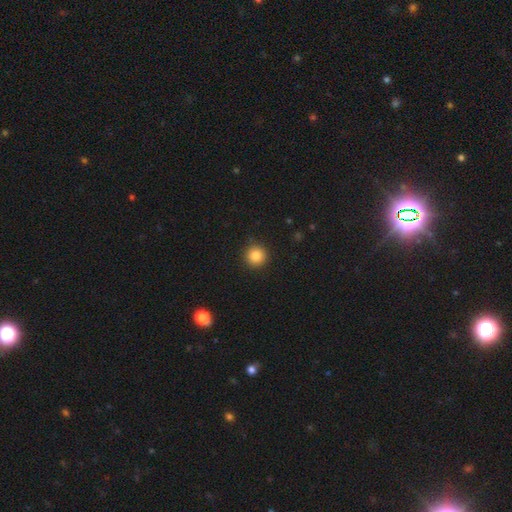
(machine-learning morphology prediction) Q: Smooth or featured?
A: smooth (84%); runner-up: star or artifact (11%)
Q: How rounded?
A: round (95%); runner-up: in between (4%)
Q: Merging?
A: none (92%); runner-up: minor disturbance (5%)